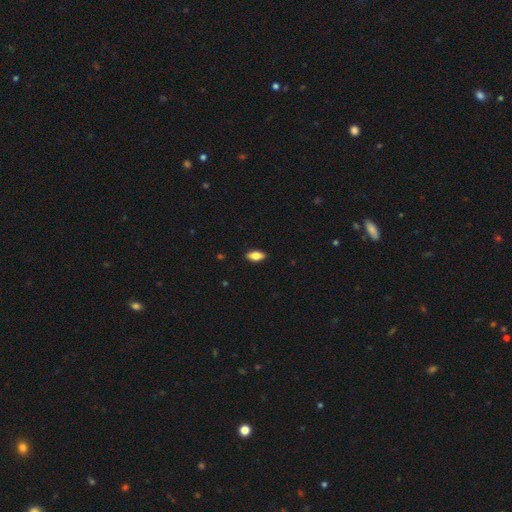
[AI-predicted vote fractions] The model was most divided on "smooth or featured": smooth: 77%, featured or disk: 16%, star or artifact: 7%. More confident: merging — none (89%); how rounded — in between (87%).